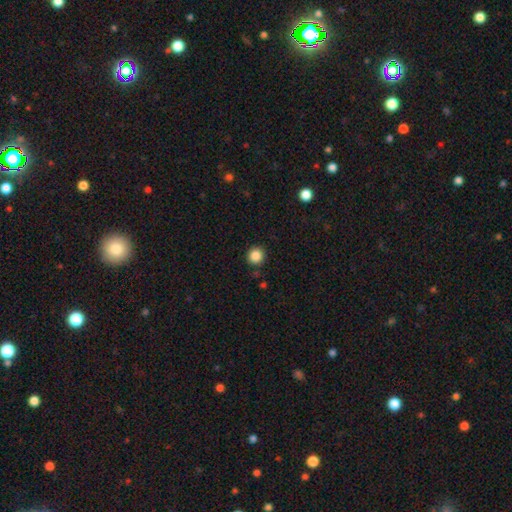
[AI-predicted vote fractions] Smooth or featured: smooth — 87% (star or artifact — 10%)
How rounded: round — 94% (in between — 5%)
Merging: none — 90% (minor disturbance — 6%)